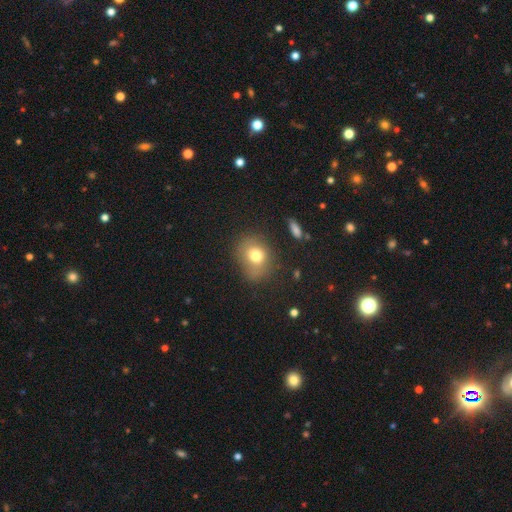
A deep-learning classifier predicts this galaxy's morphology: Overall: smooth (74%). How rounded: round (59%; in between 40%). Merging: none (68%).